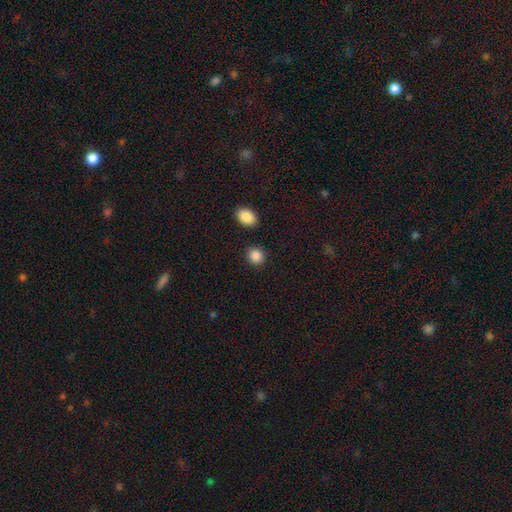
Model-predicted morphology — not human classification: This appears to be a smooth galaxy with no disk features (88%) that is round (81%). Merging: none (88%).